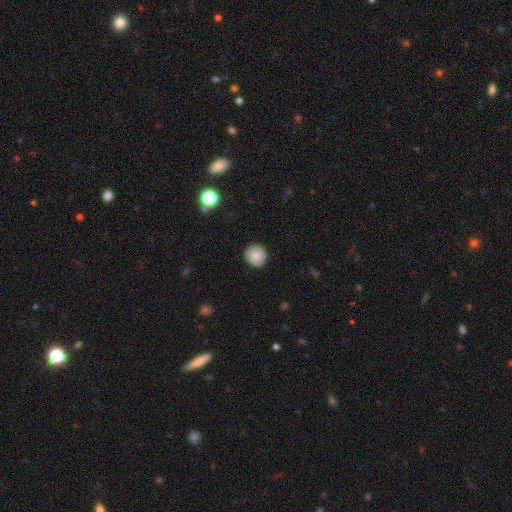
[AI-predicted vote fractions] Q: Smooth or featured?
A: smooth (83%); runner-up: featured or disk (9%)
Q: How rounded?
A: round (92%); runner-up: in between (7%)
Q: Merging?
A: none (89%); runner-up: minor disturbance (8%)